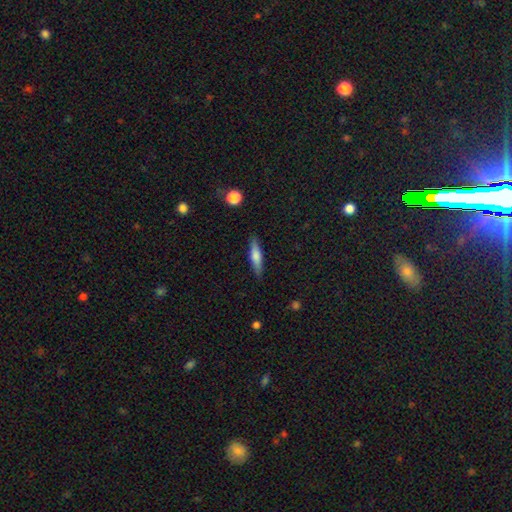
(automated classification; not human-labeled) smooth_or_featured: smooth (p=0.62) [alt: featured or disk p=0.32]
how_rounded: cigar-shaped (p=0.77) [alt: in between p=0.21]
merging: none (p=0.86) [alt: minor disturbance p=0.10]